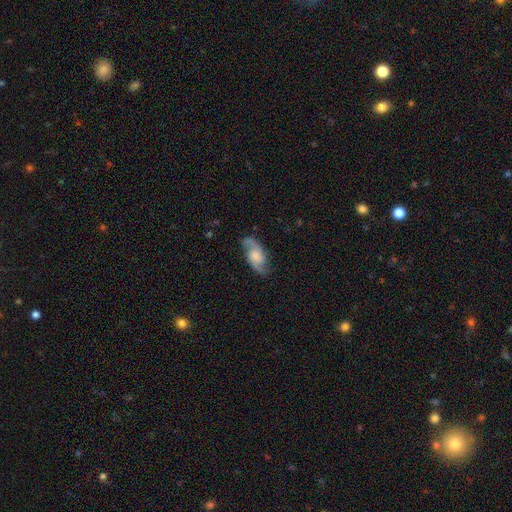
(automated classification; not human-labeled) Smooth or featured? Predicted: featured or disk (p=0.76). Edge-on disk? Predicted: no (p=0.95). Bar? Predicted: no (p=0.61). Spiral arms? Predicted: yes (p=0.95). Spiral winding? Predicted: loose (p=0.45). Spiral arm count? Predicted: 2 (p=0.91). Bulge size? Predicted: moderate (p=0.32). Merging? Predicted: none (p=0.78).